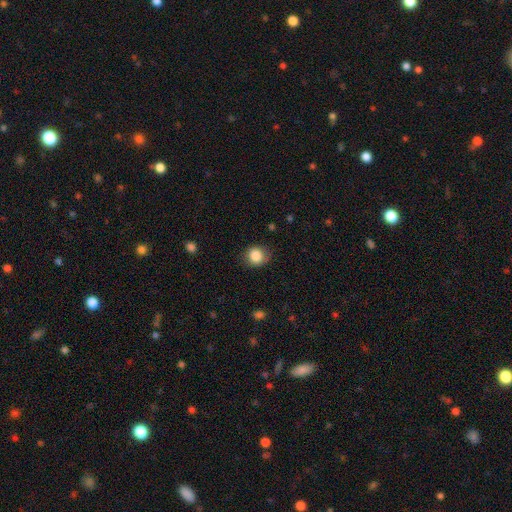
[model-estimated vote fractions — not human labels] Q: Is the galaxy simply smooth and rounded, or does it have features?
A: smooth — 86%.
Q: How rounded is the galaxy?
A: round — 76%.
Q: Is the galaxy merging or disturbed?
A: none — 78%.